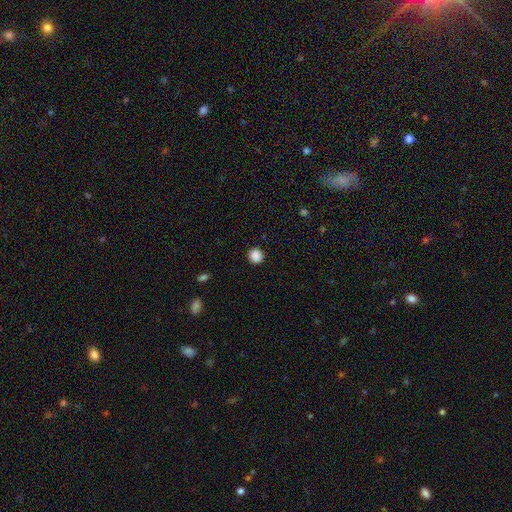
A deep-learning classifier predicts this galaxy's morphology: Q: Smooth or featured?
A: smooth (88%); runner-up: star or artifact (10%)
Q: How rounded?
A: round (90%); runner-up: in between (9%)
Q: Merging?
A: none (92%); runner-up: minor disturbance (5%)